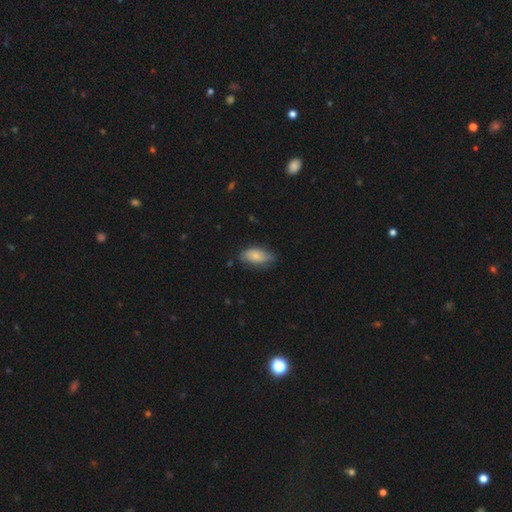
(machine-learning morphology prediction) This is likely a smooth galaxy (71%). How rounded: clearly in between (92%). Merging: likely none (67%).